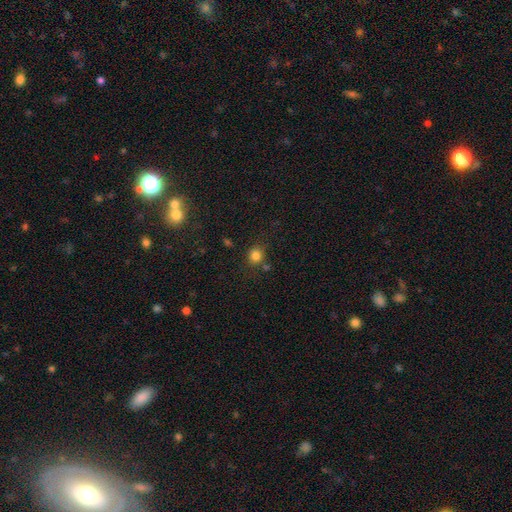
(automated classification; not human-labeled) Morphology: type=smooth (82%); roundness=round (84%); merging=none (76%).